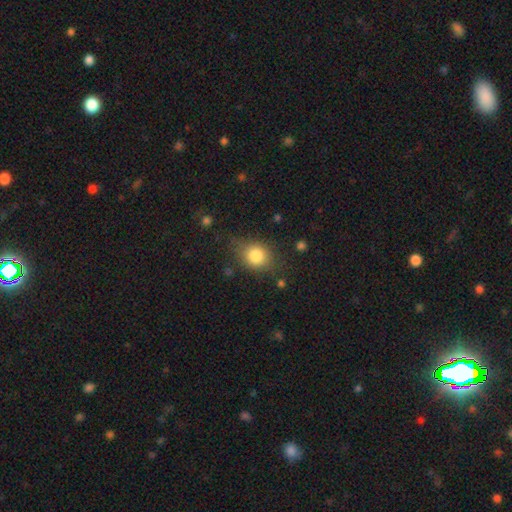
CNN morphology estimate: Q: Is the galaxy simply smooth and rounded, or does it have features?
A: smooth — 81%.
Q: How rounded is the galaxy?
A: round — 64%.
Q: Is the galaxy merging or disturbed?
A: none — 72%.